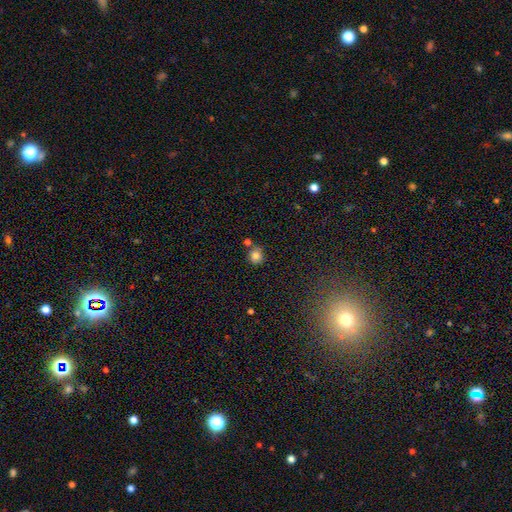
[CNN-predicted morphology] Overall: smooth (81%). How rounded: round (85%). Merging: none (70%).